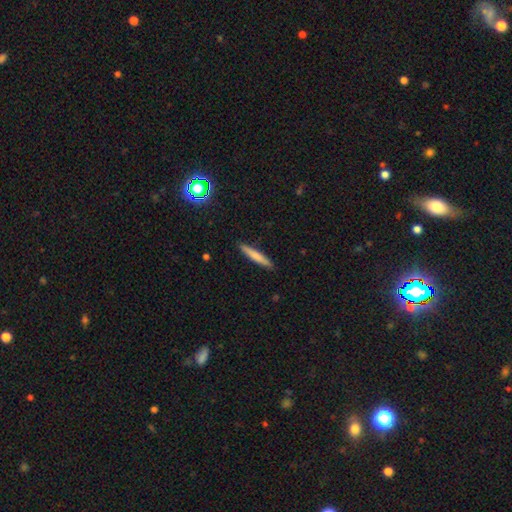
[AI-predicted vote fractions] smooth_or_featured: smooth (p=0.74) [alt: featured or disk p=0.20]
how_rounded: cigar-shaped (p=0.93) [alt: in between p=0.05]
merging: none (p=0.90) [alt: minor disturbance p=0.08]